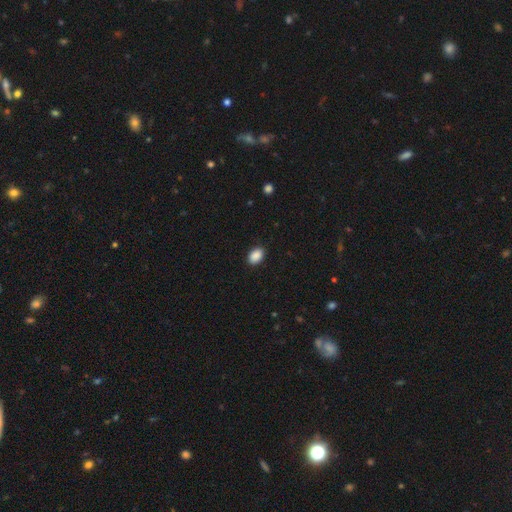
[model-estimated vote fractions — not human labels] This appears to be a smooth galaxy with no disk features (90%) that is in between round and cigar-shaped (82%). Merging: none (88%).